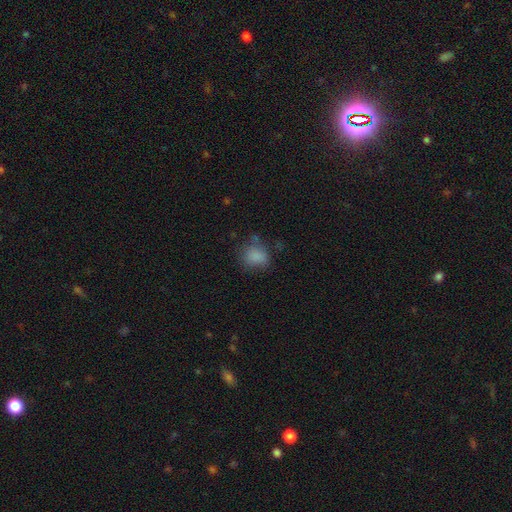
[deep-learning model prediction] The model was most divided on "how rounded": round: 60%, in between: 39%, cigar-shaped: 1%. More confident: smooth or featured — smooth (82%); merging — none (62%).